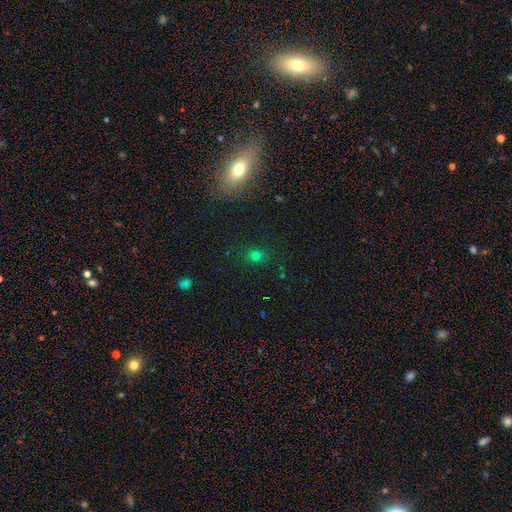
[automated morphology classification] This appears to be a smooth galaxy with no disk features (71%) that is round (73%). Merging: none (84%).